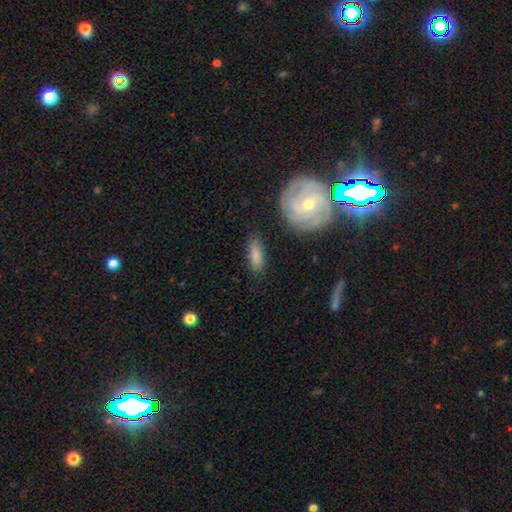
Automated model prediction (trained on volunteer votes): smooth 80%, featured or disk 13%, star or artifact 7%. Down the decision tree: how rounded — in between (63%); merging — none (79%).